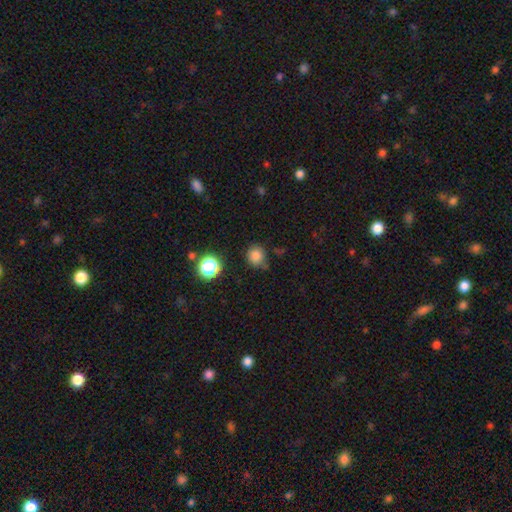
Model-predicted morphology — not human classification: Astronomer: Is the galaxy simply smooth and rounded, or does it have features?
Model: smooth — 80%.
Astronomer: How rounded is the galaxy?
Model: round — 85%.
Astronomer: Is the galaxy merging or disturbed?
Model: none — 77%.